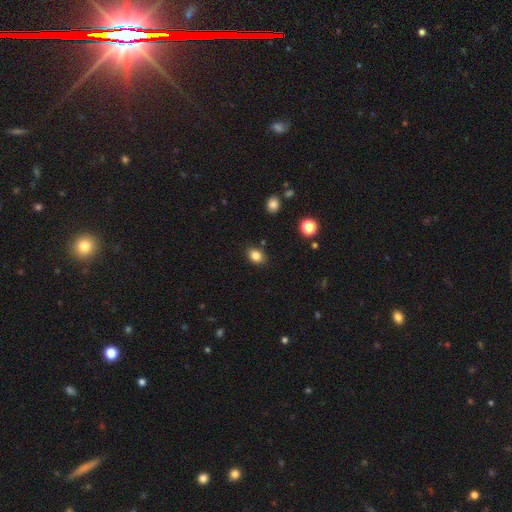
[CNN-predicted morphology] Smooth or featured: smooth — 84% (star or artifact — 11%)
How rounded: in between — 64% (round — 35%)
Merging: none — 85% (minor disturbance — 11%)